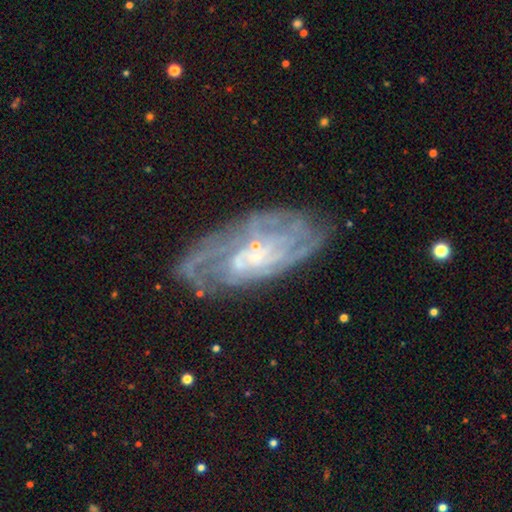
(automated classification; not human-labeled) The model was most divided on "bar": no: 59%, weak: 32%, strong: 9%. More confident: edge-on disk — no (91%); spiral arms — yes (85%); smooth or featured — featured or disk (78%); bulge size — small (73%); merging — none (69%); spiral winding — tight (62%); spiral arm count — can't tell (51%).